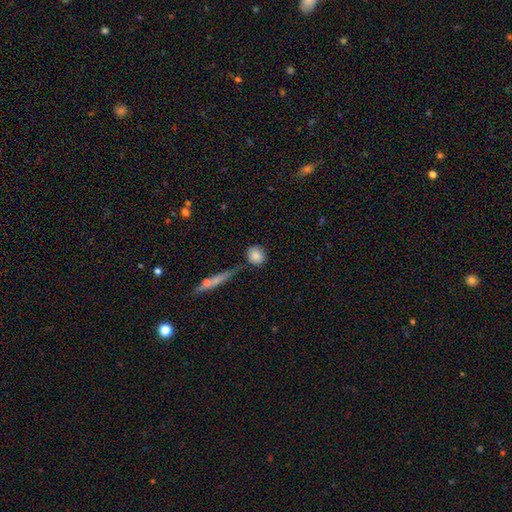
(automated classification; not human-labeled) smooth-or-featured: smooth: 84% | featured or disk: 8% | star or artifact: 8%
  how-rounded: round: 83% | in between: 14% | cigar-shaped: 3%
  merging: none: 73% | minor disturbance: 14% | merger: 8% | major disturbance: 4%